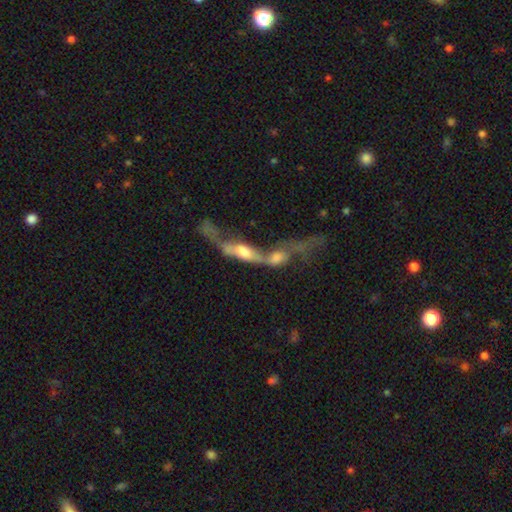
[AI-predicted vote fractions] Smooth or featured?
  - featured or disk: 50% *
  - smooth: 27%
  - star or artifact: 23%
Edge-on disk?
  - no: 57% *
  - yes: 43%
Merging?
  - merger: 60% *
  - none: 18%
  - major disturbance: 15%
  - minor disturbance: 8%